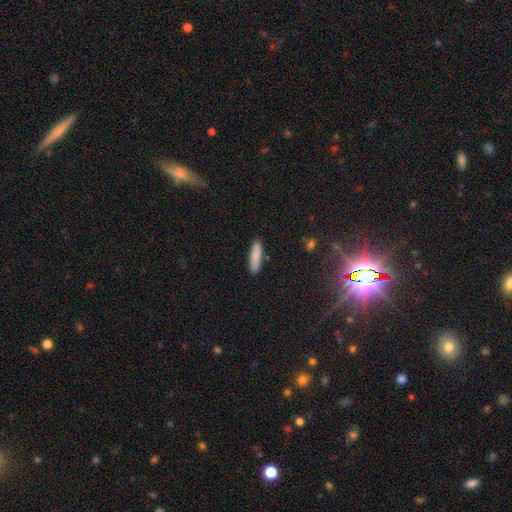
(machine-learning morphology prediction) Q: Smooth or featured?
A: smooth (86%); runner-up: featured or disk (8%)
Q: How rounded?
A: cigar-shaped (67%); runner-up: in between (31%)
Q: Merging?
A: none (88%); runner-up: minor disturbance (9%)